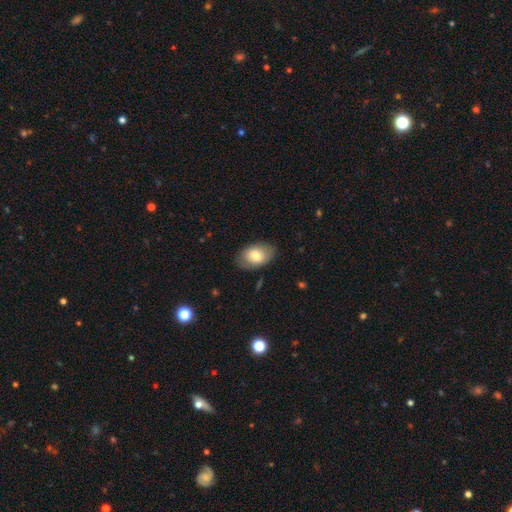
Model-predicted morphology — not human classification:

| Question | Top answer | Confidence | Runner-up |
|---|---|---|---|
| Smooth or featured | smooth | 73% | featured or disk (20%) |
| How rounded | in between | 87% | round (12%) |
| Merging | none | 81% | minor disturbance (14%) |